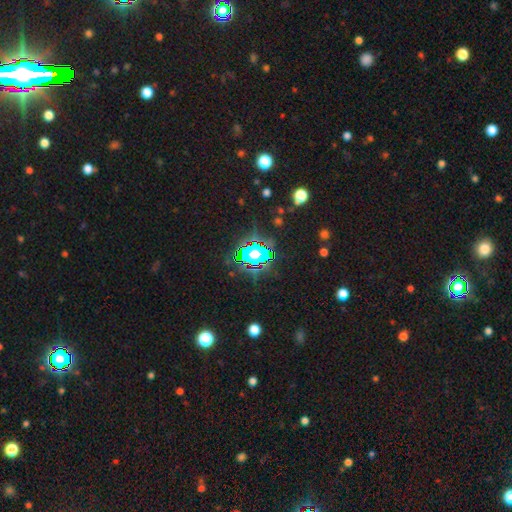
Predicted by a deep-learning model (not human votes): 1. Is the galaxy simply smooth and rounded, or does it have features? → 82% star or artifact, 11% smooth, 7% featured or disk.